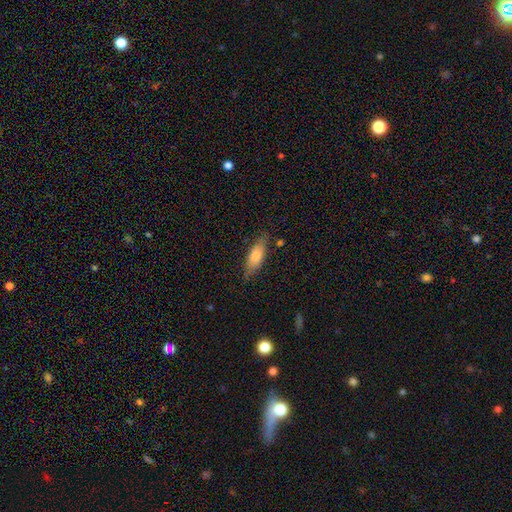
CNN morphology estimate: Overall: smooth (76%). How rounded: in between (63%; cigar-shaped 35%). Merging: none (75%).